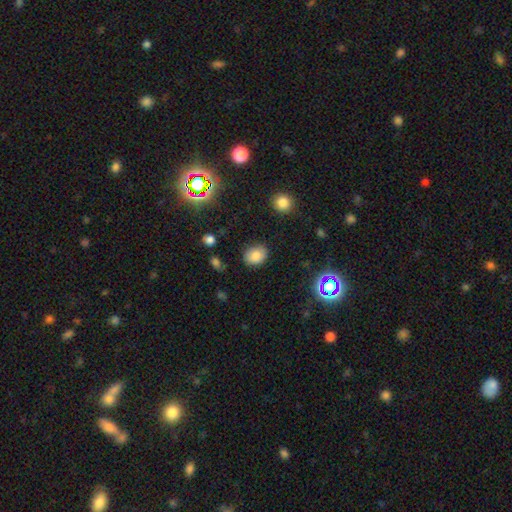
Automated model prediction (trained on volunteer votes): This is clearly a smooth galaxy (81%). How rounded: possibly in between (52%). Merging: clearly none (84%).